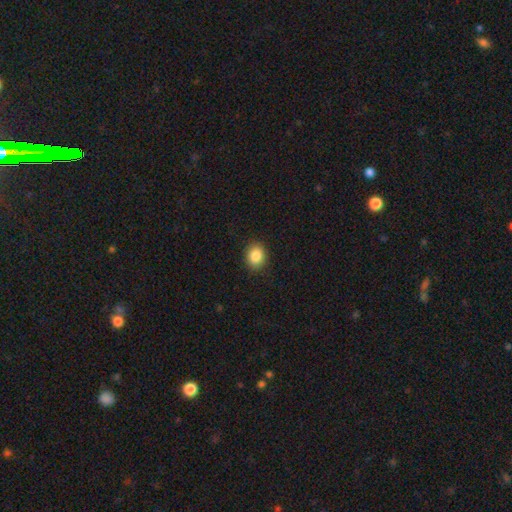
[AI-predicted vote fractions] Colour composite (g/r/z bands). It shows a smooth galaxy with no disk features (86%) that is round (52%). Merging: none (89%).